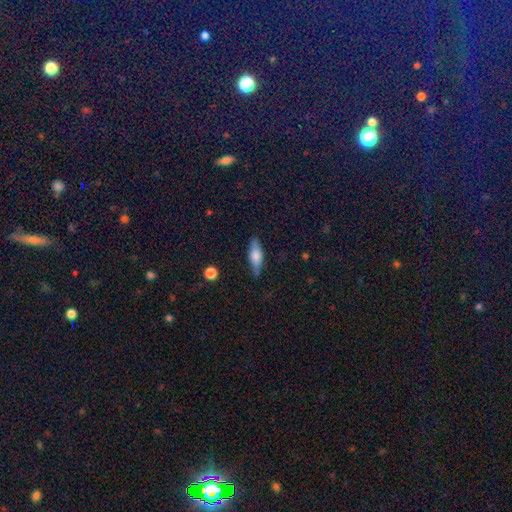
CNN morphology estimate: Smooth or featured? Predicted: smooth (p=0.57). How rounded? Predicted: in between (p=0.52). Merging? Predicted: none (p=0.83).